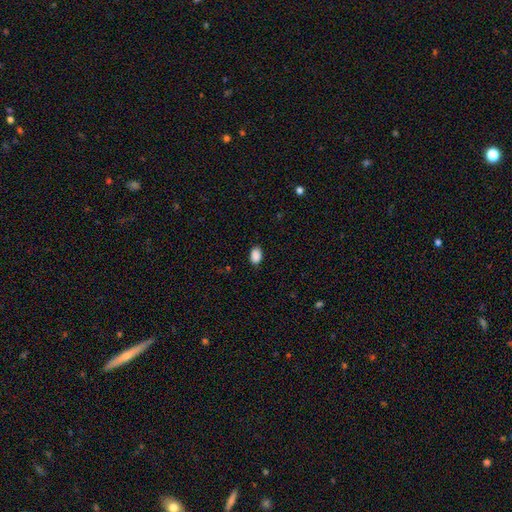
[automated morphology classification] Smooth or featured? Predicted: smooth (p=0.89). How rounded? Predicted: in between (p=0.88). Merging? Predicted: none (p=0.85).